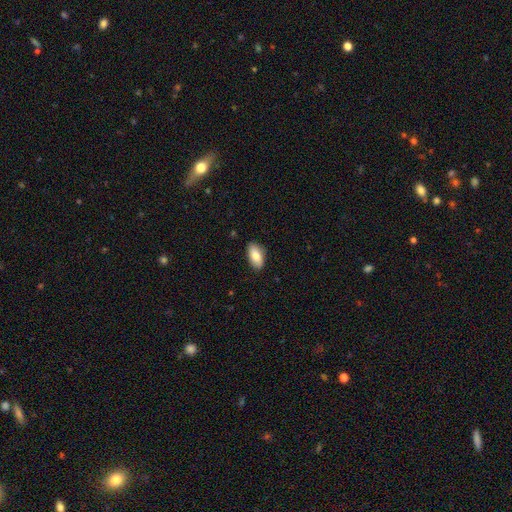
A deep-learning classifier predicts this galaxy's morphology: Smooth or featured? Predicted: smooth (p=0.83). How rounded? Predicted: in between (p=0.92). Merging? Predicted: none (p=0.86).